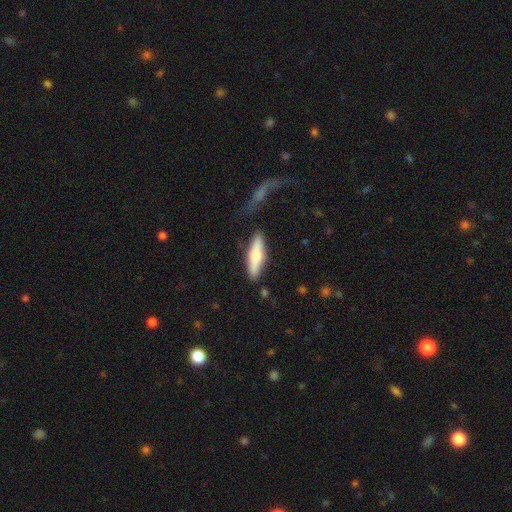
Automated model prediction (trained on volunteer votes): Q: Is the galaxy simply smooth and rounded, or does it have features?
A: smooth — 54%.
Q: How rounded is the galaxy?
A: cigar-shaped — 68%.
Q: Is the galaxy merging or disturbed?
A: none — 82%.